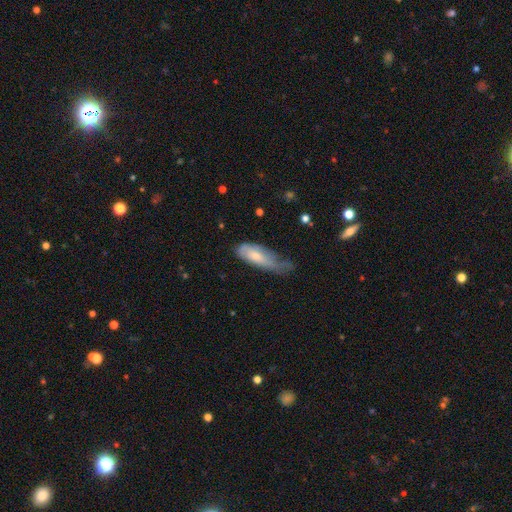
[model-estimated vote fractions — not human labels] The model was most divided on "merging": minor disturbance: 43%, major disturbance: 30%, none: 24%, merger: 3%. More confident: how rounded — in between (67%); smooth or featured — smooth (64%).